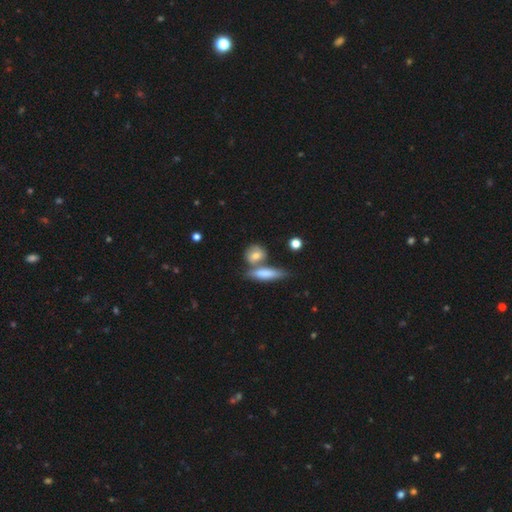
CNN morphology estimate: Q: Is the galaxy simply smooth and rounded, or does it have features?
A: smooth — 71%.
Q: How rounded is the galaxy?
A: round — 46%.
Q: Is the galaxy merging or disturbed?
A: none — 54%.